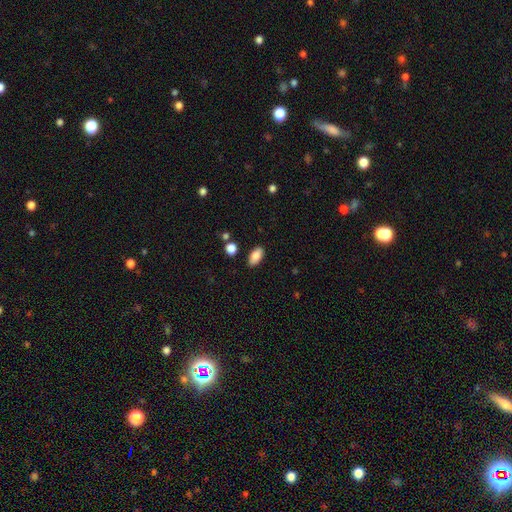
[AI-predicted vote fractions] The model was most divided on "merging": none: 86%, minor disturbance: 9%, merger: 2%, major disturbance: 2%. More confident: how rounded — in between (92%); smooth or featured — smooth (85%).